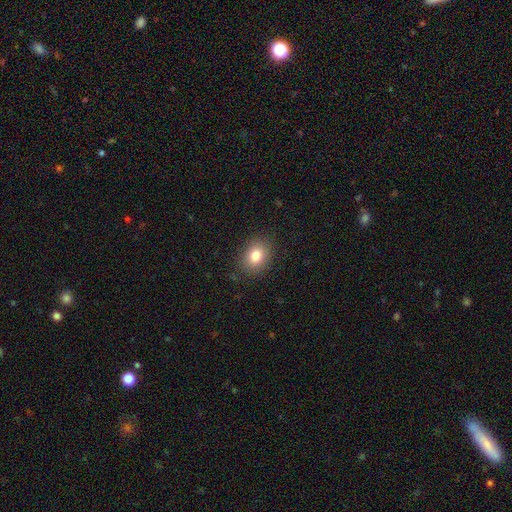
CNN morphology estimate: smooth-or-featured: smooth: 81% | star or artifact: 11% | featured or disk: 9%
  how-rounded: in between: 52% | round: 47% | cigar-shaped: 1%
  merging: none: 87% | minor disturbance: 9% | major disturbance: 3% | merger: 1%